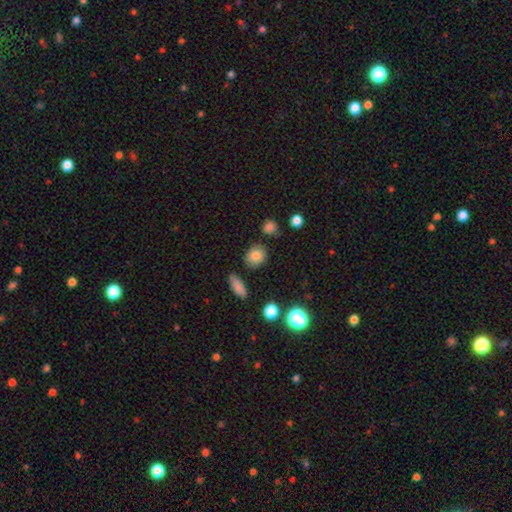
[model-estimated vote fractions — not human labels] smooth 83%, star or artifact 11%, featured or disk 7%. Down the decision tree: how rounded — round (67%); merging — none (81%).